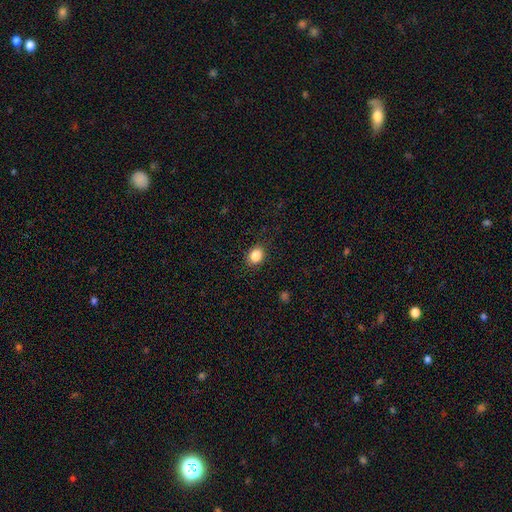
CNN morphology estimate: Overall: smooth (87%). How rounded: in between (59%; round 40%). Merging: none (87%).